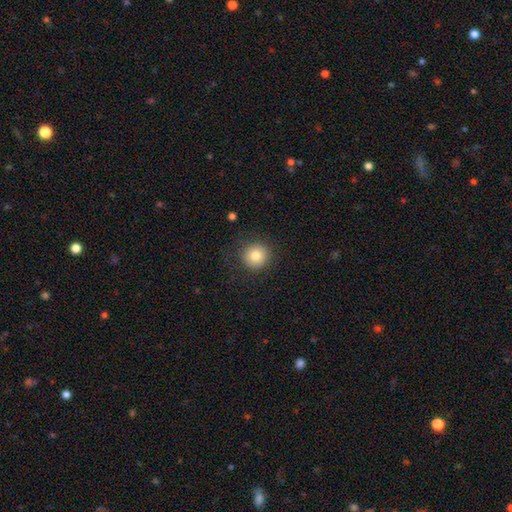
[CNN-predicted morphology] This appears to be a smooth galaxy with no disk features (81%) that is round (94%). Merging: none (88%).